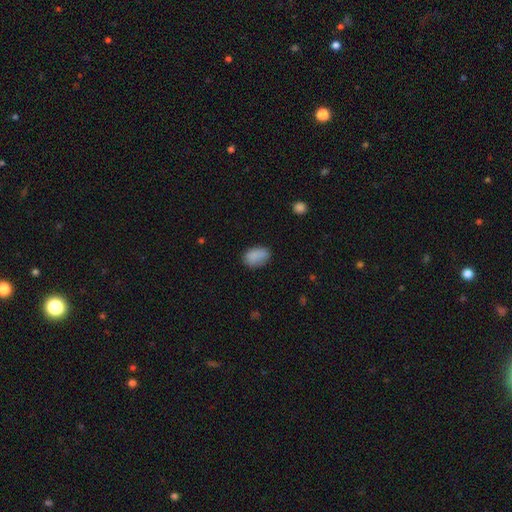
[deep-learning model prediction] Morphology: type=smooth (87%); roundness=in between (87%); merging=none (74%).